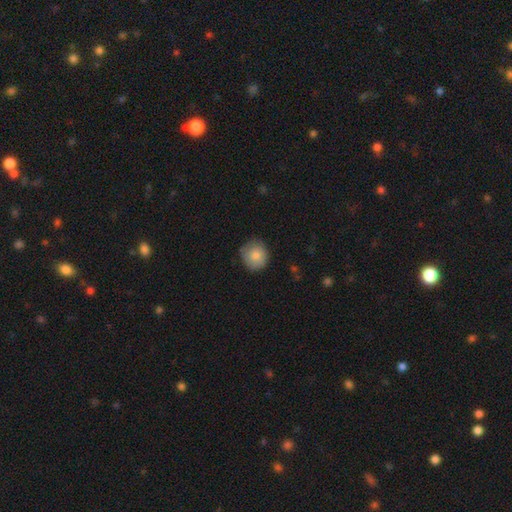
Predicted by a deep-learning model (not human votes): smooth-or-featured: smooth: 83% | featured or disk: 9% | star or artifact: 7%
  how-rounded: round: 89% | in between: 10% | cigar-shaped: 1%
  merging: none: 78% | minor disturbance: 18% | major disturbance: 3% | merger: 1%